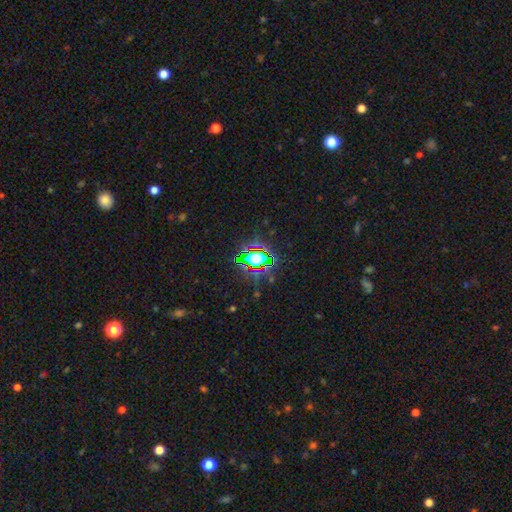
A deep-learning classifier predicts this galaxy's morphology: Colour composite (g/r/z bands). It shows a star or artifact, not a galaxy (68%).